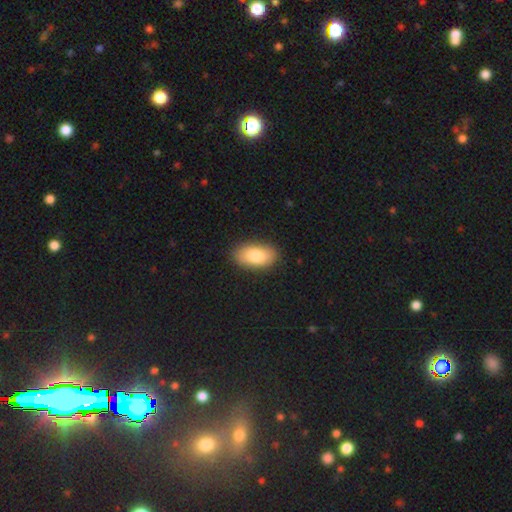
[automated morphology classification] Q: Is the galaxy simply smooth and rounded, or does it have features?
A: smooth — 83%.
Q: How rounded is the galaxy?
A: in between — 93%.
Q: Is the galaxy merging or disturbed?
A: none — 86%.